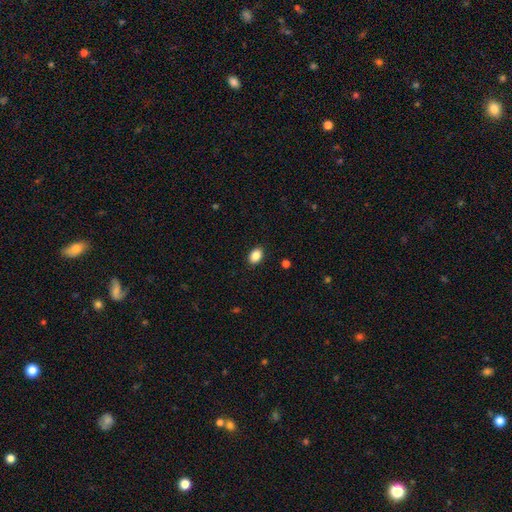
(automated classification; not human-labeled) Morphology: type=smooth (87%); roundness=in between (79%); merging=none (90%).